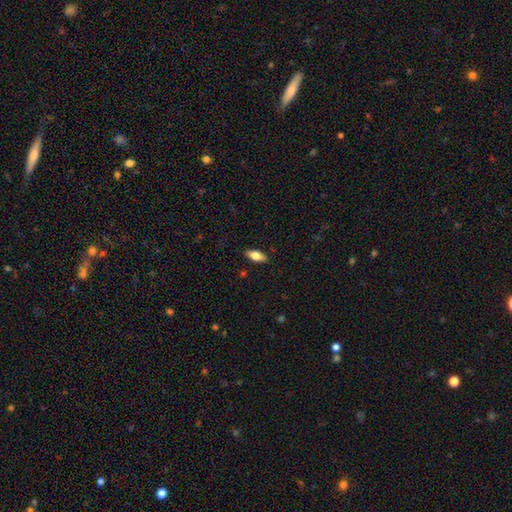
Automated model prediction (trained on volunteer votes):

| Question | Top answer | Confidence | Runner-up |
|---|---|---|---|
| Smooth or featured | smooth | 69% | featured or disk (24%) |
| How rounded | in between | 81% | cigar-shaped (16%) |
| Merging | none | 88% | minor disturbance (9%) |